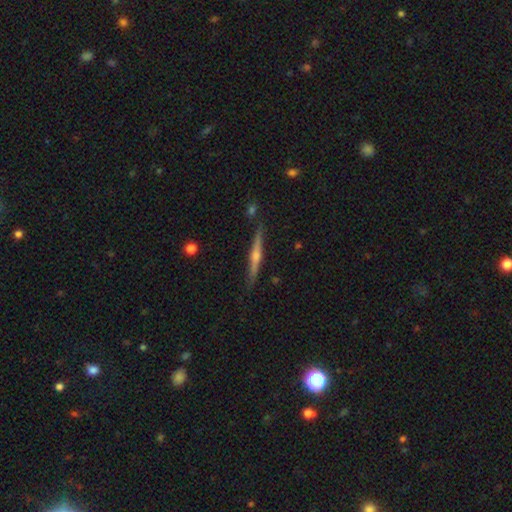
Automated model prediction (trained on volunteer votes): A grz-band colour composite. It shows a featured or disk galaxy (81%) viewed edge-on (98%) with a rounded central bulge (87%). Merging: none (88%).